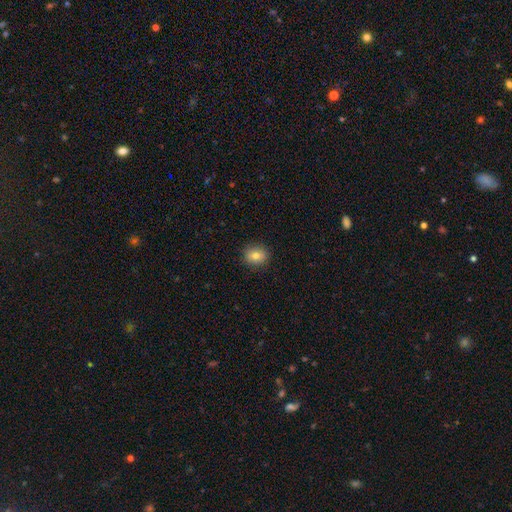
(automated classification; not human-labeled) smooth 79%, featured or disk 11%, star or artifact 10%. Down the decision tree: how rounded — round (69%); merging — none (89%).